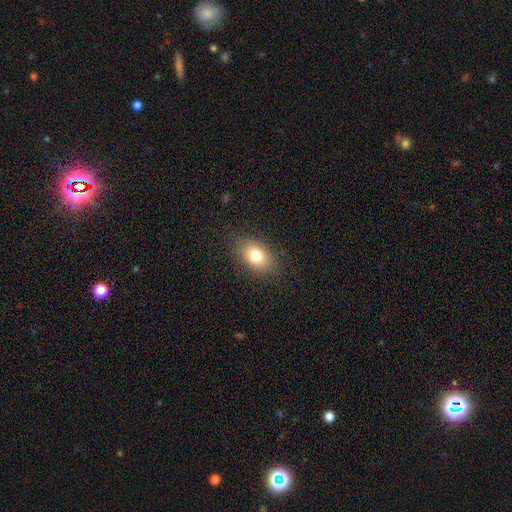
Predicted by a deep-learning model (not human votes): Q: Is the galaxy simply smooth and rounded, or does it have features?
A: smooth — 79%.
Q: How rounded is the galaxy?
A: in between — 82%.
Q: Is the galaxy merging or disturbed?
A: none — 86%.